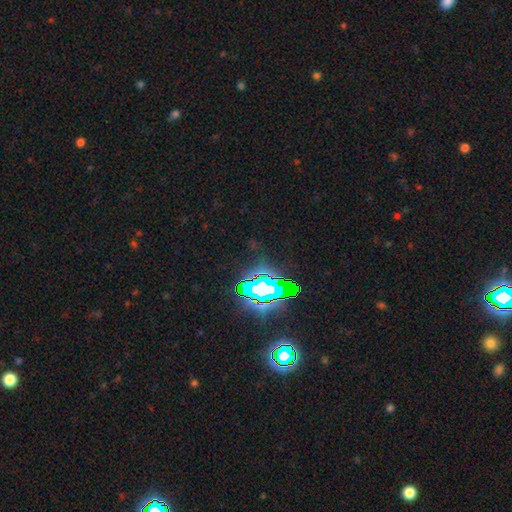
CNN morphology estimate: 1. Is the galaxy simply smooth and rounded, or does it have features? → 81% star or artifact, 11% smooth, 8% featured or disk.